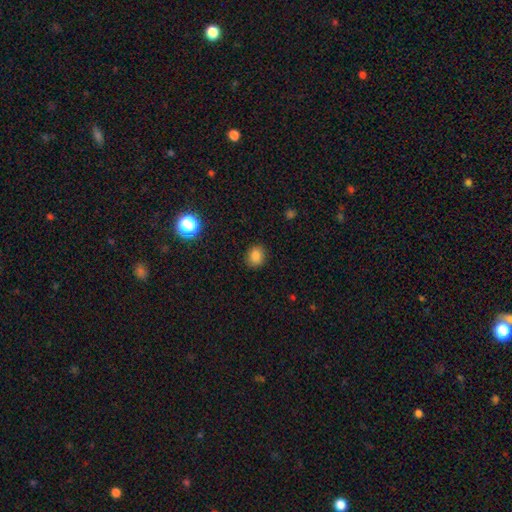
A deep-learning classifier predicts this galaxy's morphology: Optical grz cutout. It shows a smooth galaxy with no disk features (83%) that is round (58%). Merging: none (87%).